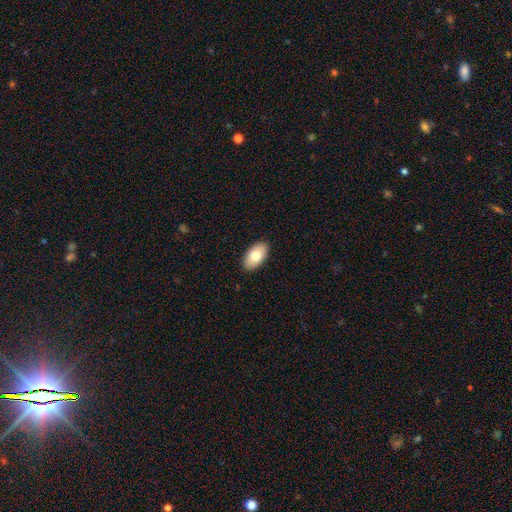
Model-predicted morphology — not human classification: Smooth or featured: smooth — 76% (featured or disk — 18%)
How rounded: in between — 95% (round — 3%)
Merging: none — 89% (minor disturbance — 8%)